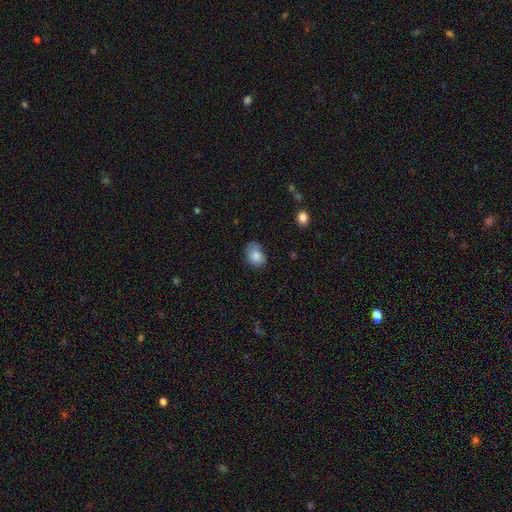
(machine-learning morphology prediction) A smooth galaxy with no disk features (83%) that is in between round and cigar-shaped (69%). Merging: none (59%).